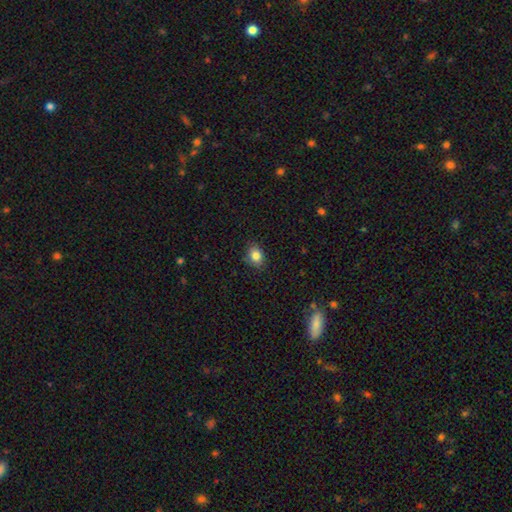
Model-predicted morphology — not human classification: A smooth galaxy with no disk features (84%) that is in between round and cigar-shaped (63%). Merging: none (84%).